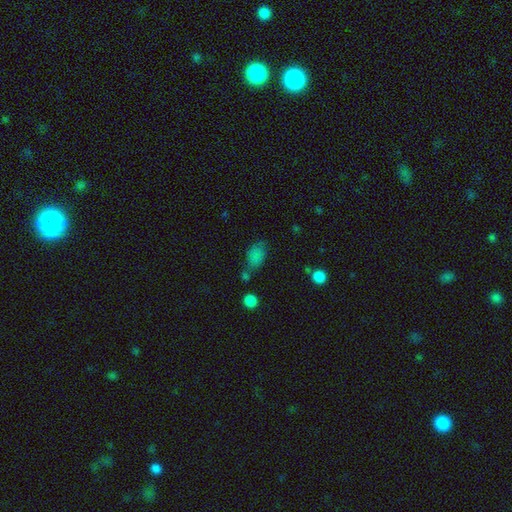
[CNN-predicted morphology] This is likely a smooth galaxy (79%). How rounded: clearly in between (85%). Merging: possibly none (49%).